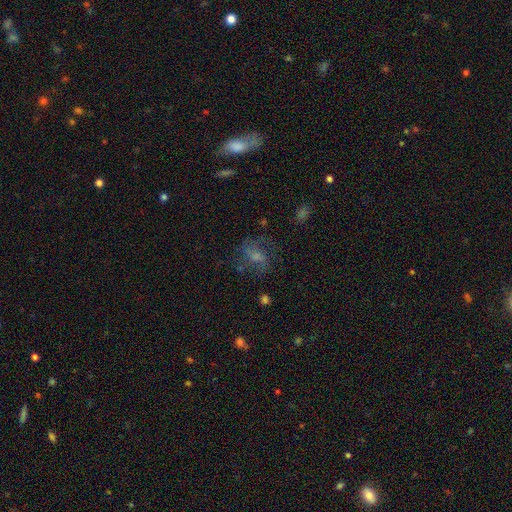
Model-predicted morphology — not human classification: smooth_or_featured: featured or disk (p=0.49) [alt: smooth p=0.35]
merging: none (p=0.57) [alt: major disturbance p=0.21]